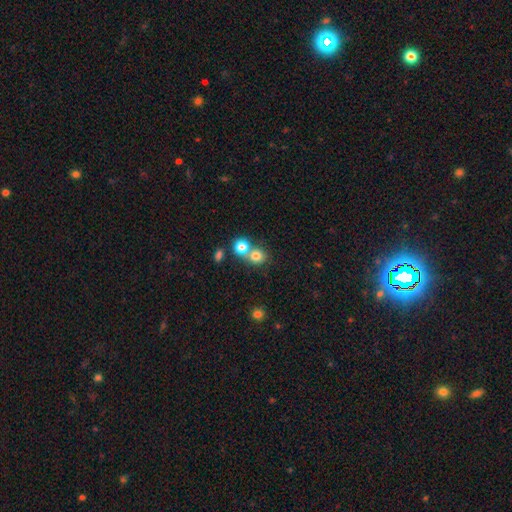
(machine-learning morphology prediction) The model was most divided on "merging": merger: 47%, none: 43%, minor disturbance: 6%, major disturbance: 3%. More confident: how rounded — round (81%); smooth or featured — smooth (76%).